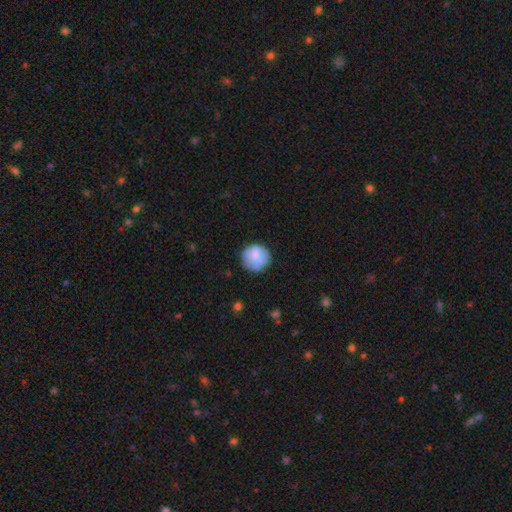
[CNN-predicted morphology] smooth 67%, featured or disk 26%, star or artifact 7%. Down the decision tree: how rounded — round (88%); merging — none (66%).